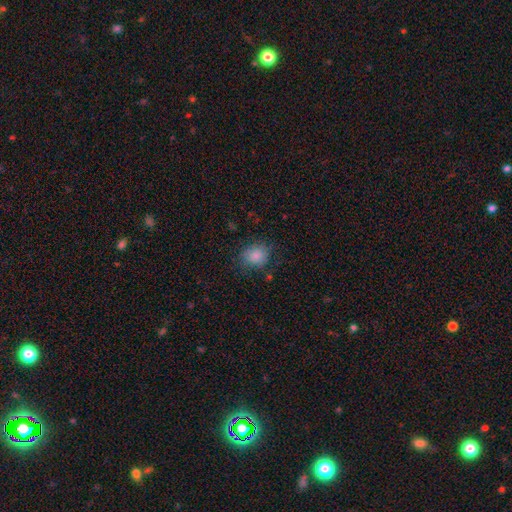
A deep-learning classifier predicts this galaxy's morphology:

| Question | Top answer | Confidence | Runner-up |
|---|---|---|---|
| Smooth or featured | smooth | 85% | star or artifact (10%) |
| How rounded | round | 67% | in between (32%) |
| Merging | none | 75% | minor disturbance (17%) |